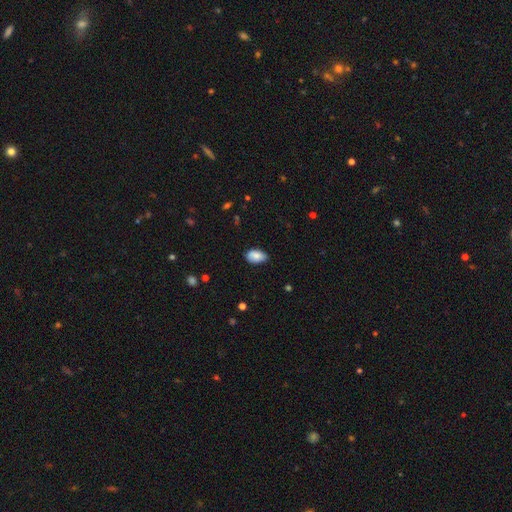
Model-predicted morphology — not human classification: Smooth or featured? smooth (83%)
How rounded? in between (93%)
Merging? none (76%)